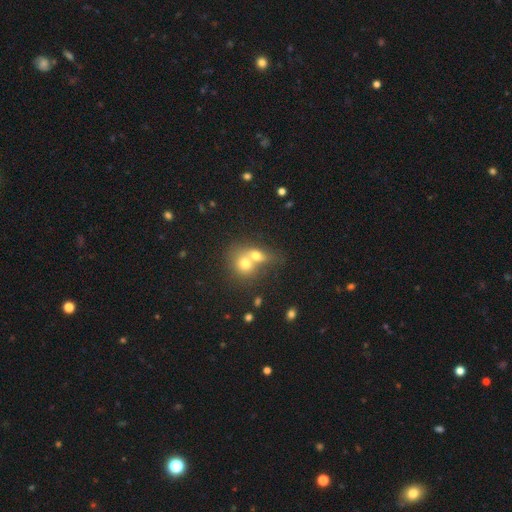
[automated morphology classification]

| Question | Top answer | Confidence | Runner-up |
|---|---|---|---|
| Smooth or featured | smooth | 67% | featured or disk (22%) |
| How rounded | round | 54% | in between (44%) |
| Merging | merger | 72% | none (18%) |